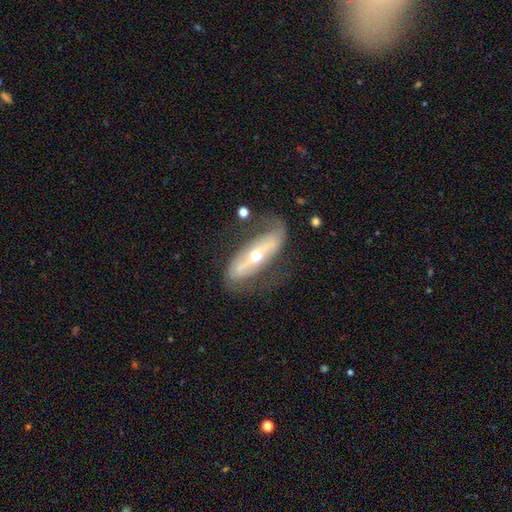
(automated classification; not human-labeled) This is likely a featured or disk galaxy (78%). It is likely not viewed edge-on (74%). Bar: possibly strong (54%). Spiral arm pattern: likely yes (76%). Central bulge: likely moderate (64%). Merging: possibly none (56%).